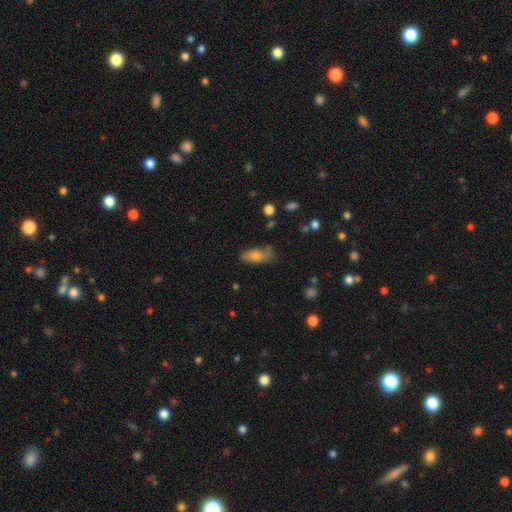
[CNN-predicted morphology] This appears to be a smooth galaxy with no disk features (66%) that is in between round and cigar-shaped (75%). Merging: none (64%).